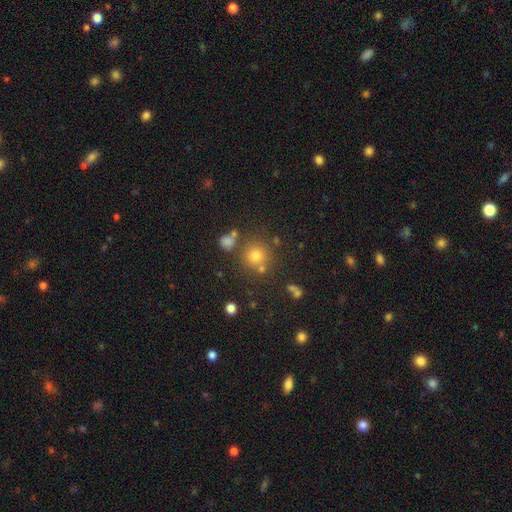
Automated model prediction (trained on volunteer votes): The model was most divided on "smooth or featured": smooth: 71%, star or artifact: 20%, featured or disk: 9%. More confident: how rounded — round (91%); merging — none (75%).